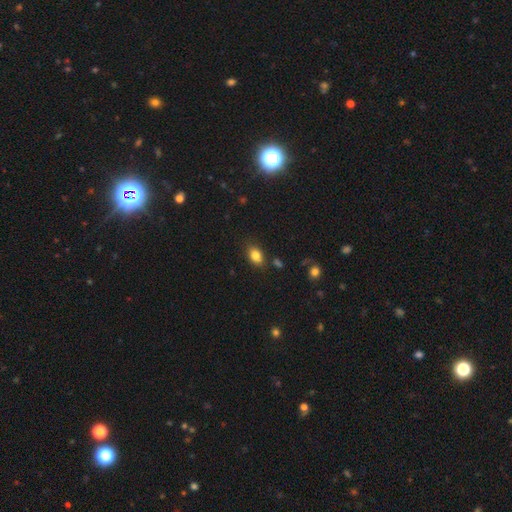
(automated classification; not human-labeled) Morphology: type=smooth (83%); roundness=in between (79%); merging=none (81%).